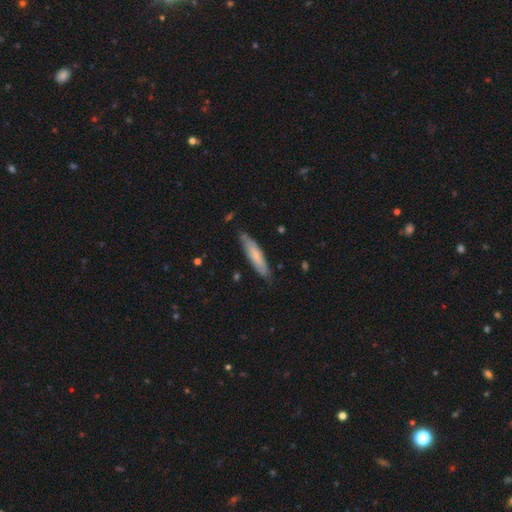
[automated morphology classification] A smooth galaxy with no disk features (66%) that is cigar-shaped (78%).

Vote fractions:
- Smooth or featured? smooth: 66% / featured or disk: 29% / star or artifact: 5%
- How rounded? cigar-shaped: 78% / in between: 21% / round: 1%
- Merging? none: 79% / minor disturbance: 16% / major disturbance: 3% / merger: 2%